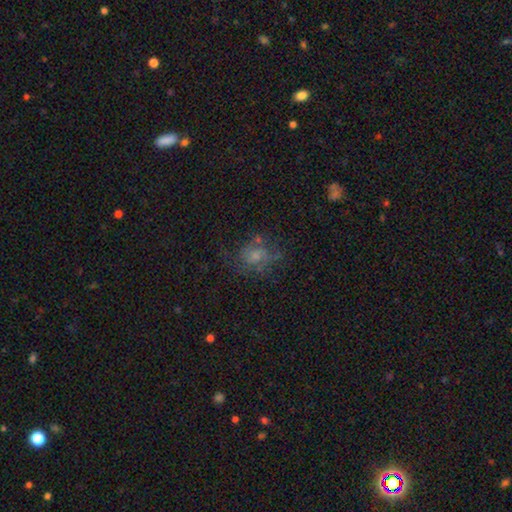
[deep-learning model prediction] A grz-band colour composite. It shows a smooth galaxy with no disk features (40%). Merging: none (56%).